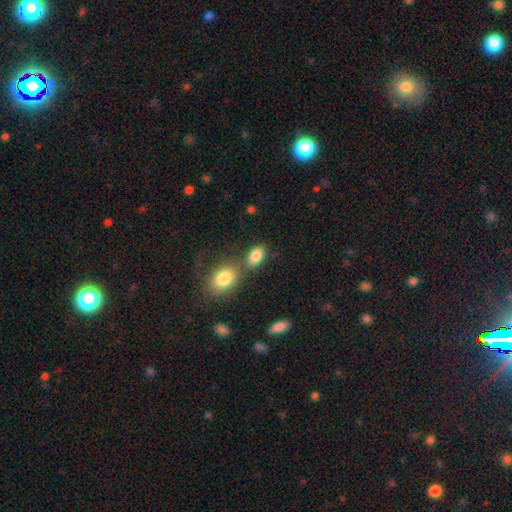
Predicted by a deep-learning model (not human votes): Smooth or featured? Predicted: smooth (p=0.84). How rounded? Predicted: in between (p=0.87). Merging? Predicted: none (p=0.52).